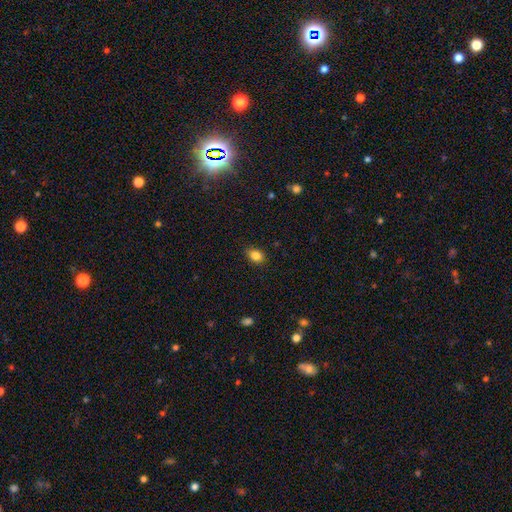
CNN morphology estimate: Smooth or featured: smooth — 85% (star or artifact — 10%)
How rounded: in between — 71% (round — 28%)
Merging: none — 86% (minor disturbance — 10%)